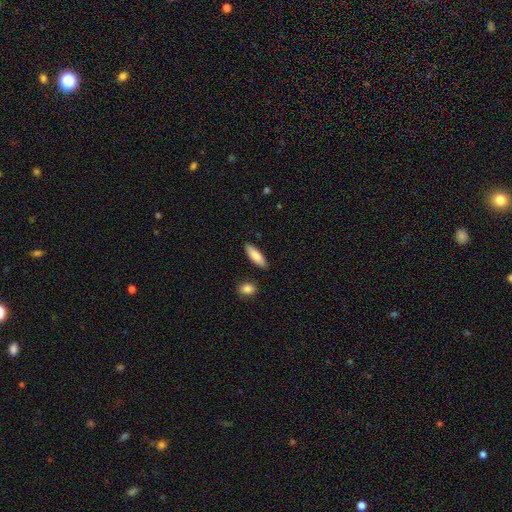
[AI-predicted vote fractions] Overall: smooth (84%). How rounded: in between (52%; cigar-shaped 47%). Merging: none (86%).